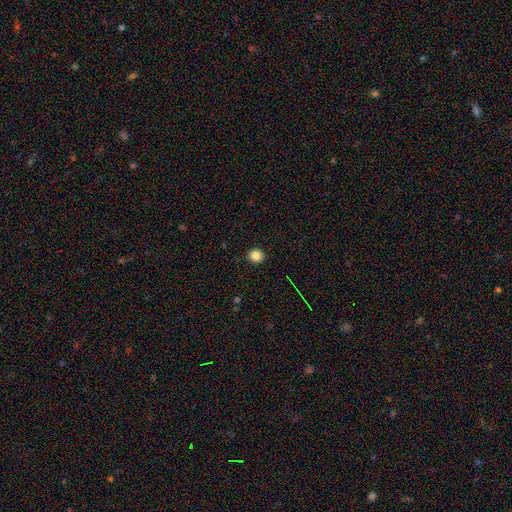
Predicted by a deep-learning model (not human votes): Q: Smooth or featured?
A: smooth (84%); runner-up: star or artifact (11%)
Q: How rounded?
A: round (81%); runner-up: in between (18%)
Q: Merging?
A: none (91%); runner-up: minor disturbance (6%)